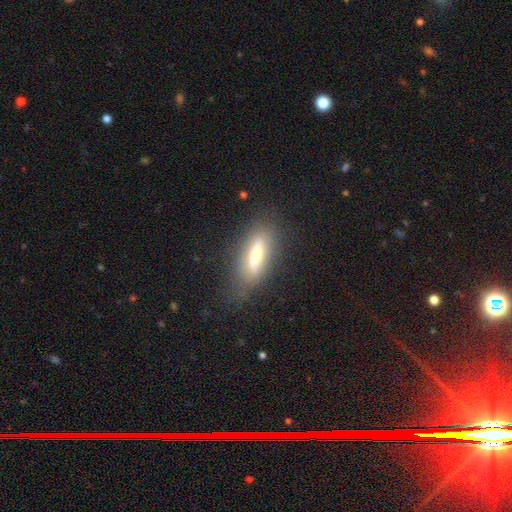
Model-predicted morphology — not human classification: smooth-or-featured: smooth: 48% | featured or disk: 44% | star or artifact: 8%
  merging: none: 72% | minor disturbance: 19% | major disturbance: 8% | merger: 2%